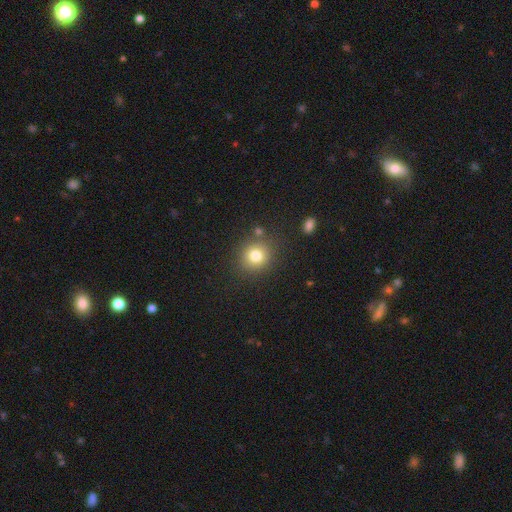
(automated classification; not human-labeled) Smooth or featured?
  - smooth: 80% *
  - star or artifact: 13%
  - featured or disk: 8%
How rounded?
  - round: 86% *
  - in between: 13%
  - cigar-shaped: 1%
Merging?
  - none: 82% *
  - minor disturbance: 9%
  - merger: 5%
  - major disturbance: 3%